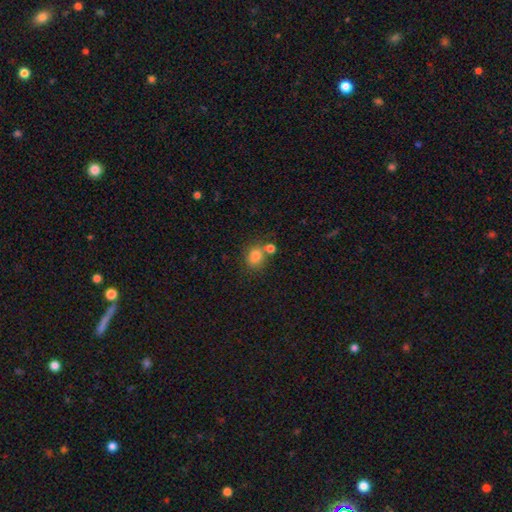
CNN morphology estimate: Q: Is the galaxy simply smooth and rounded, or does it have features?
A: smooth — 80%.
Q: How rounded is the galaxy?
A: round — 67%.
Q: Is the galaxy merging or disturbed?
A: none — 55%.